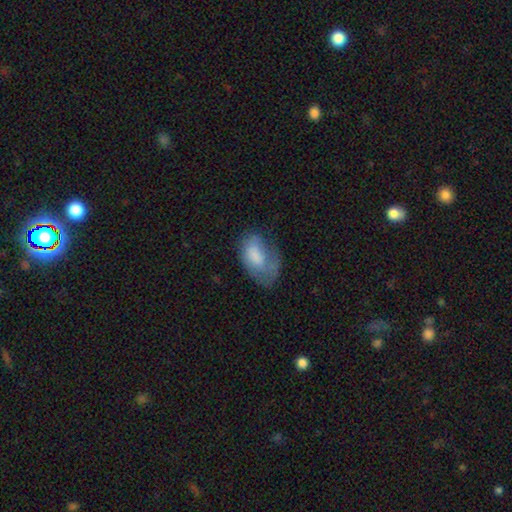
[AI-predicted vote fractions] Smooth or featured? smooth (67%)
How rounded? in between (91%)
Merging? none (33%, tied with major disturbance)